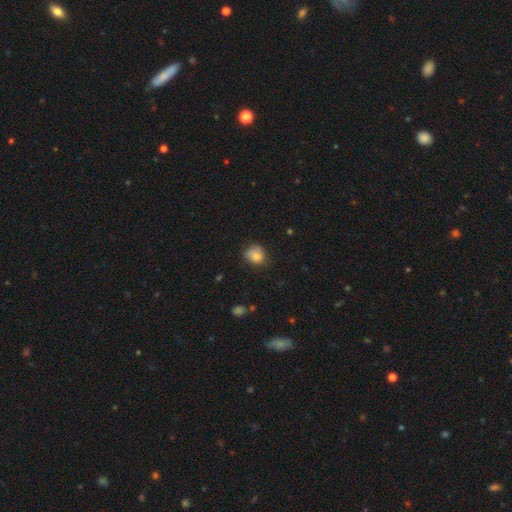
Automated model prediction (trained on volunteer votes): Overall: smooth (83%). How rounded: round (69%; in between 30%). Merging: none (68%).